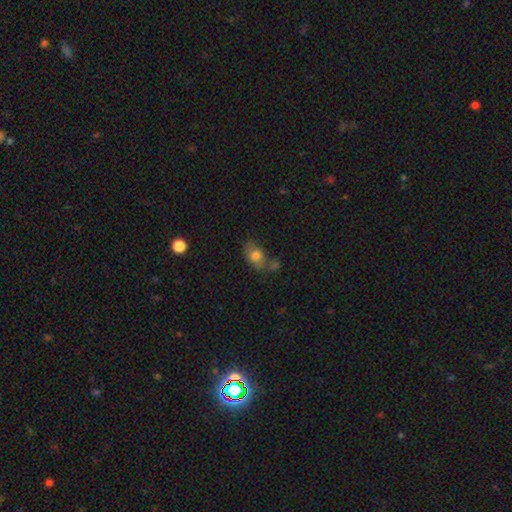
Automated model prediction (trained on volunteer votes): smooth-or-featured: smooth: 74% | featured or disk: 15% | star or artifact: 10%
  how-rounded: in between: 79% | round: 19% | cigar-shaped: 2%
  merging: none: 48% | merger: 22% | minor disturbance: 21% | major disturbance: 9%